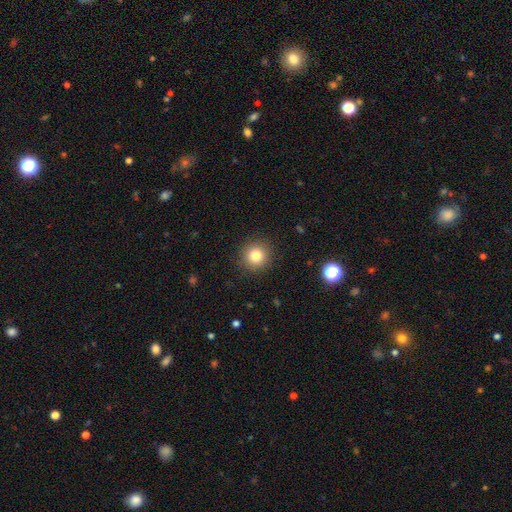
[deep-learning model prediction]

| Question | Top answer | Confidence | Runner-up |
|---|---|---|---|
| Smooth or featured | smooth | 82% | star or artifact (11%) |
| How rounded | round | 93% | in between (6%) |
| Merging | none | 91% | minor disturbance (6%) |